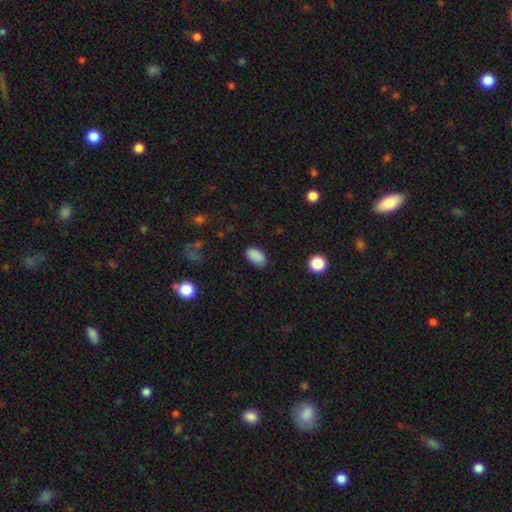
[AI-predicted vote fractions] Smooth or featured? smooth (88%)
How rounded? in between (94%)
Merging? none (86%)